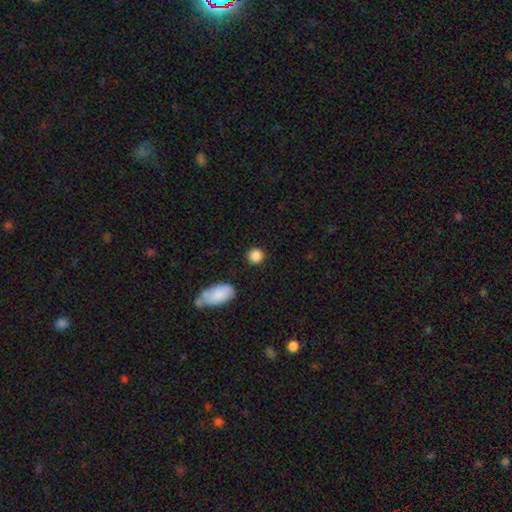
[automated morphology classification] smooth-or-featured: smooth: 87% | star or artifact: 9% | featured or disk: 4%
  how-rounded: round: 89% | in between: 10% | cigar-shaped: 1%
  merging: none: 86% | minor disturbance: 8% | merger: 3% | major disturbance: 3%